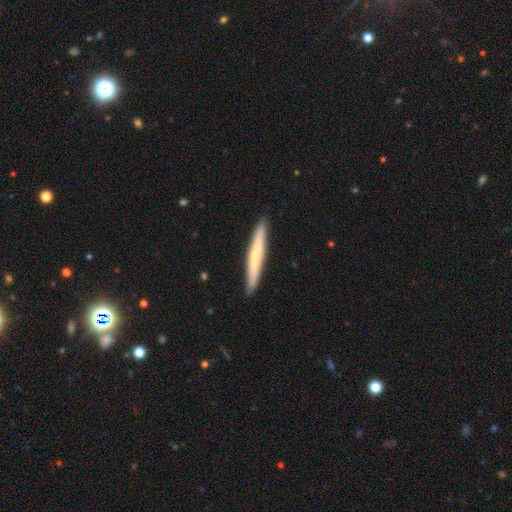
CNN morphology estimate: This appears to be a smooth galaxy with no disk features (61%) that is cigar-shaped (96%). Merging: none (91%).